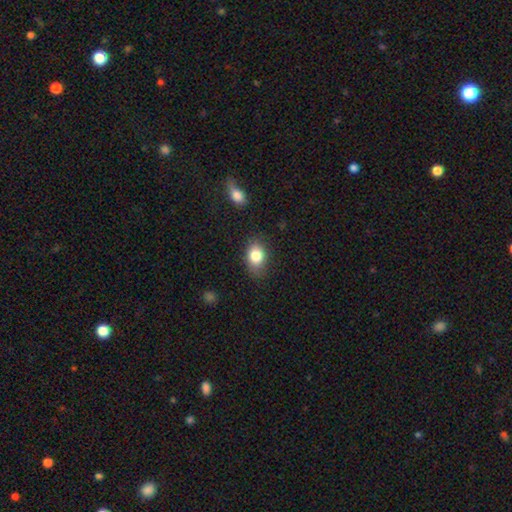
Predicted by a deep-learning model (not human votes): This is clearly a smooth galaxy (82%). How rounded: likely in between (76%). Merging: likely none (80%).